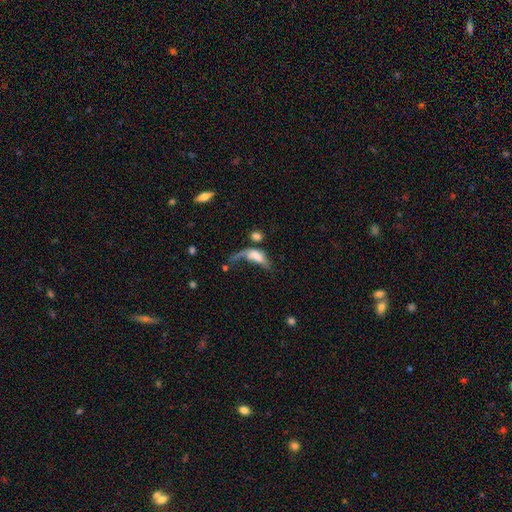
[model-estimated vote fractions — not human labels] The model was most divided on "smooth or featured": smooth: 54%, featured or disk: 36%, star or artifact: 10%. Remaining: how rounded — in between (74%); merging — major disturbance (48%).